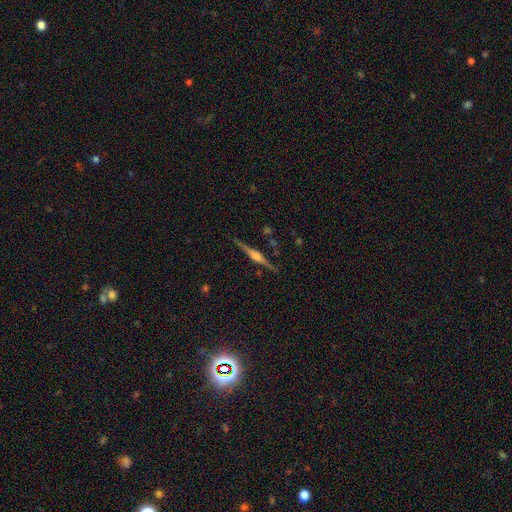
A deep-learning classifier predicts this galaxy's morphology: Smooth or featured? featured or disk (80%)
Edge-on disk? yes (98%)
Edge-on bulge? rounded (78%)
Merging? none (88%)